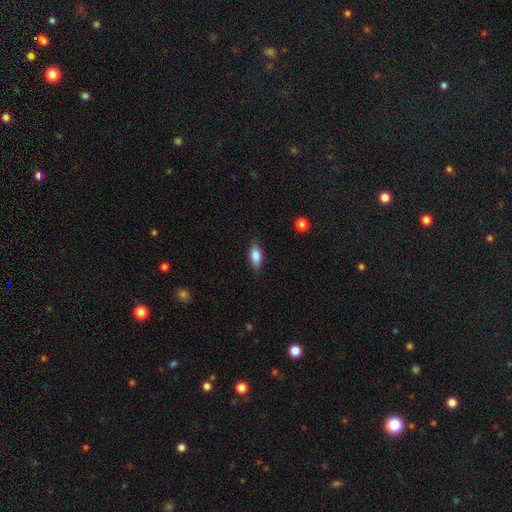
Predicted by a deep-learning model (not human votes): smooth-or-featured: smooth: 84% | featured or disk: 9% | star or artifact: 7%
  how-rounded: in between: 89% | cigar-shaped: 7% | round: 4%
  merging: none: 83% | minor disturbance: 13% | major disturbance: 3% | merger: 1%